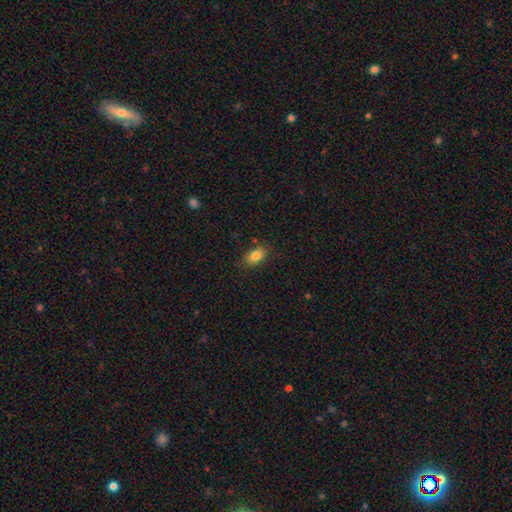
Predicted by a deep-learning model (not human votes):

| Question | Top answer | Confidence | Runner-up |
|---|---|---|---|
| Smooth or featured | smooth | 83% | featured or disk (9%) |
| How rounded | in between | 88% | round (9%) |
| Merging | none | 79% | minor disturbance (15%) |